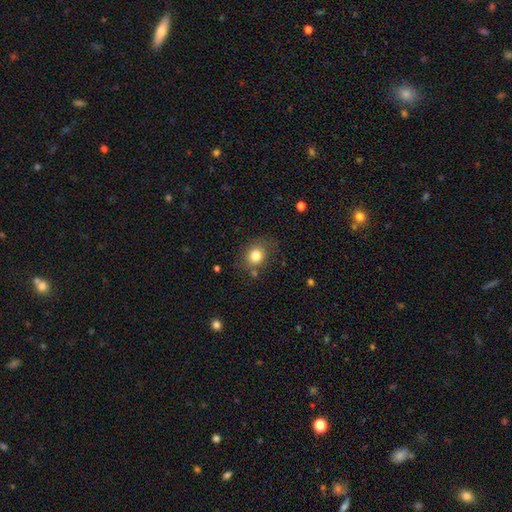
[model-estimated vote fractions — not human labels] Smooth or featured?
  - smooth: 80% *
  - star or artifact: 11%
  - featured or disk: 9%
How rounded?
  - round: 65% *
  - in between: 34%
  - cigar-shaped: 1%
Merging?
  - none: 74% *
  - minor disturbance: 16%
  - major disturbance: 6%
  - merger: 5%